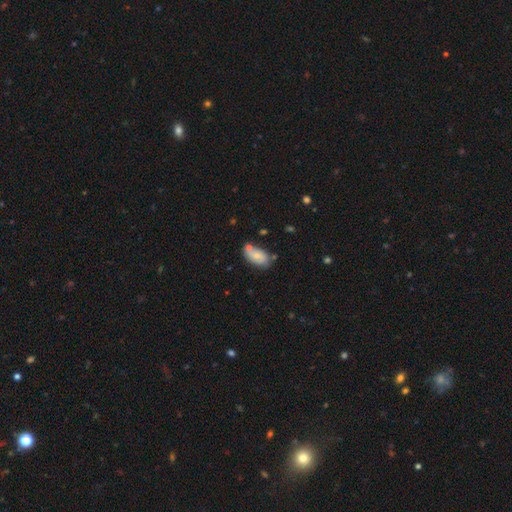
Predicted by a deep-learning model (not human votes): Smooth or featured?
  - smooth: 64% *
  - featured or disk: 29%
  - star or artifact: 7%
How rounded?
  - in between: 92% *
  - round: 4%
  - cigar-shaped: 3%
Merging?
  - none: 59% *
  - minor disturbance: 22%
  - merger: 14%
  - major disturbance: 5%